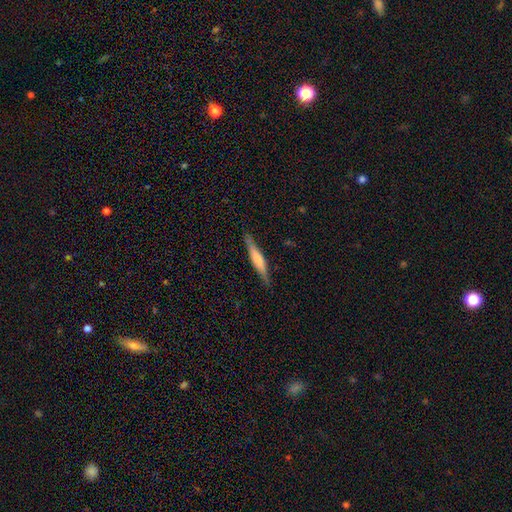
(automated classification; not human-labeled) smooth-or-featured: featured or disk: 47% (tied) | smooth: 47% (tied) | star or artifact: 6%
  merging: none: 88% | minor disturbance: 9% | major disturbance: 2% | merger: 1%